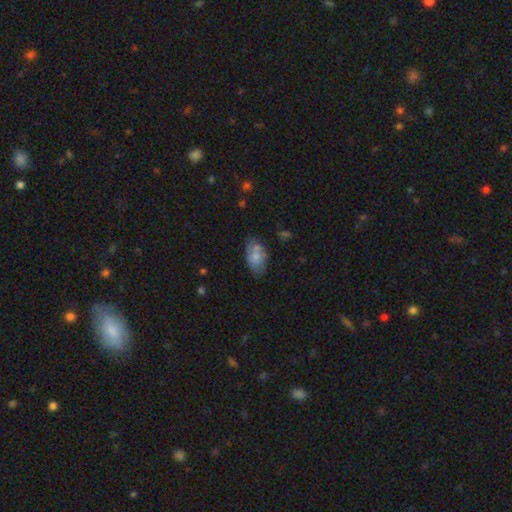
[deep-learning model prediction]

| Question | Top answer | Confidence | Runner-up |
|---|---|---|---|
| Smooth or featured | smooth | 72% | featured or disk (20%) |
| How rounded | in between | 93% | round (5%) |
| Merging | none | 60% | minor disturbance (25%) |